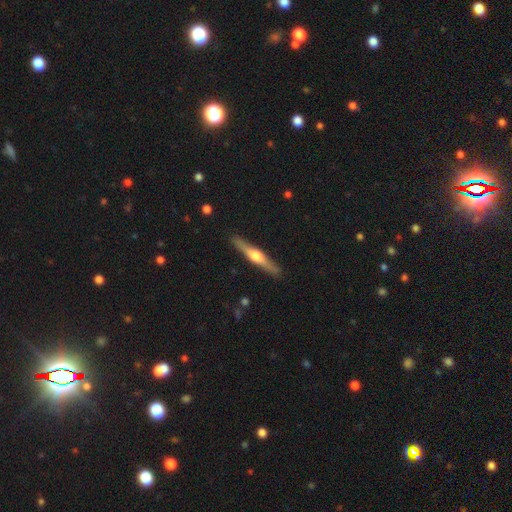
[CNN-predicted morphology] featured or disk 67%, smooth 28%, star or artifact 5%. Down the decision tree: edge-on disk — yes (97%); edge-on bulge — rounded (90%); merging — none (90%).